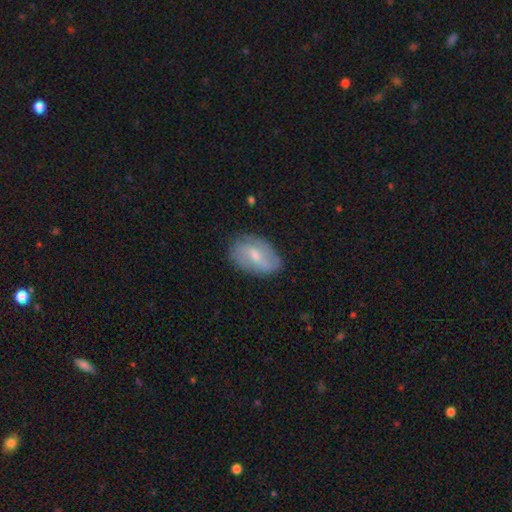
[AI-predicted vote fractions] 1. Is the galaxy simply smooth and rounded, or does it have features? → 53% featured or disk, 40% smooth, 7% star or artifact.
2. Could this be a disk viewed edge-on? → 95% no, 5% yes.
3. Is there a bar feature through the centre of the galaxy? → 55% weak, 25% no, 20% strong.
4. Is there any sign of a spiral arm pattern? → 74% yes, 26% no.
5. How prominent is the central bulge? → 49% small, 43% moderate, 4% none, 2% large, 1% dominant.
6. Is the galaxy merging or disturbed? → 75% none, 19% minor disturbance, 5% major disturbance, 1% merger.